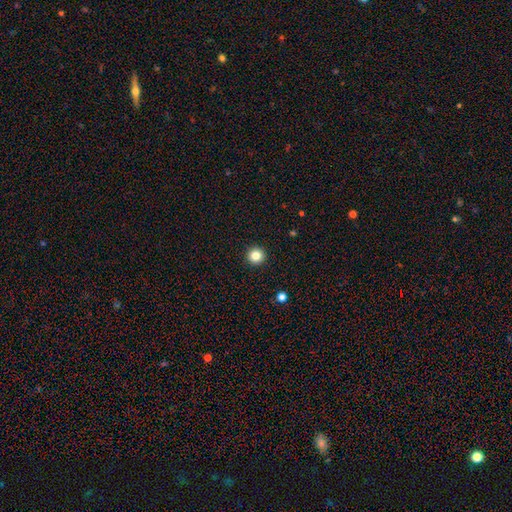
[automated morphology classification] This appears to be a smooth galaxy with no disk features (84%) that is round (96%). Merging: none (94%).